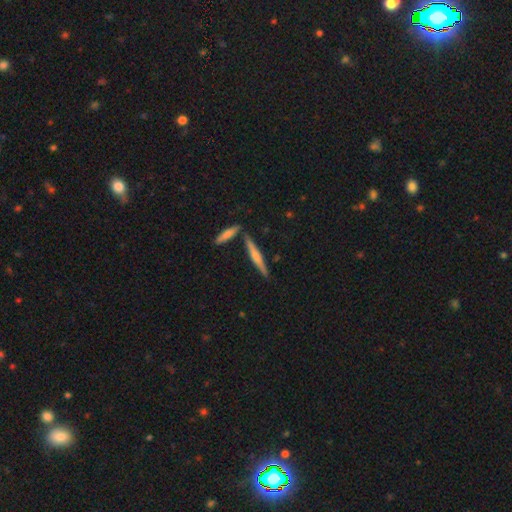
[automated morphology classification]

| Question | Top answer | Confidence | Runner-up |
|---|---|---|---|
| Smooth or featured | featured or disk | 51% | smooth (43%) |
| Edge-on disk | yes | 97% | no (3%) |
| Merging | none | 82% | minor disturbance (8%) |